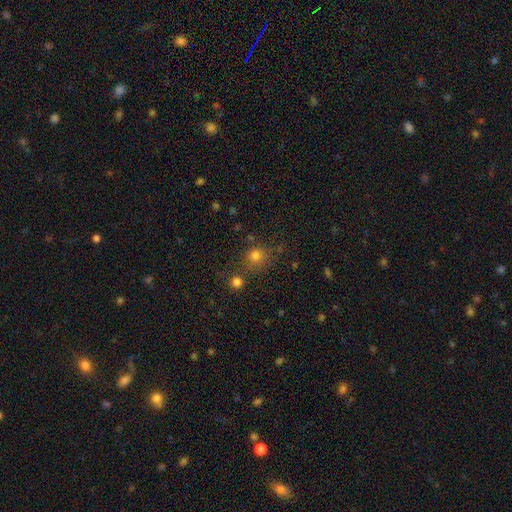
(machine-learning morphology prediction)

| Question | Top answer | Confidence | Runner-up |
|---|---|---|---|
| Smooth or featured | smooth | 75% | star or artifact (18%) |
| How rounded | round | 87% | in between (12%) |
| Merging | none | 68% | merger (15%) |